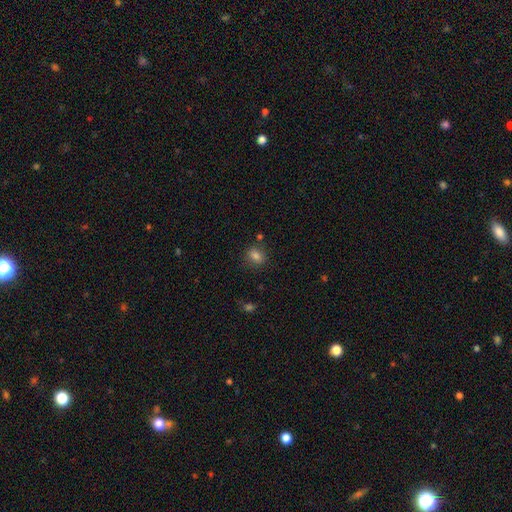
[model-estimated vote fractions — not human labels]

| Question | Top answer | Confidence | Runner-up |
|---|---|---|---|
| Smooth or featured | smooth | 81% | star or artifact (11%) |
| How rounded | in between | 56% | round (42%) |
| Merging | none | 79% | minor disturbance (13%) |